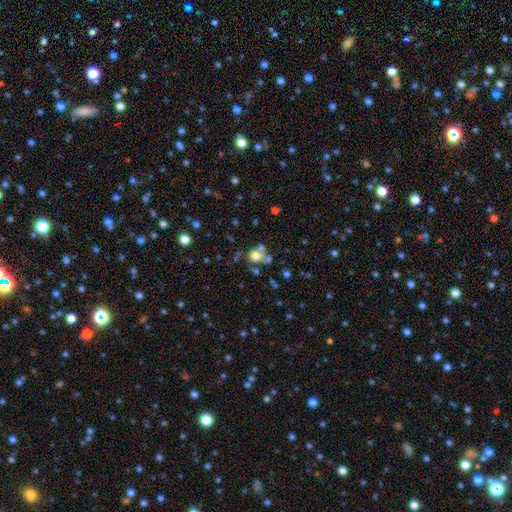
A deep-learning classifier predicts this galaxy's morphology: Smooth or featured? Predicted: smooth (p=0.68). How rounded? Predicted: round (p=0.82). Merging? Predicted: none (p=0.52).